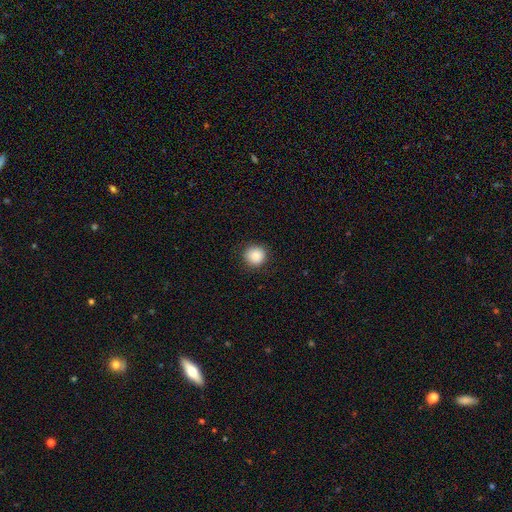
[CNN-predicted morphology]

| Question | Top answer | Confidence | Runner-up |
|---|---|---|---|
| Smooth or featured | smooth | 87% | star or artifact (9%) |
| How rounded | round | 93% | in between (6%) |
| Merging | none | 89% | minor disturbance (7%) |